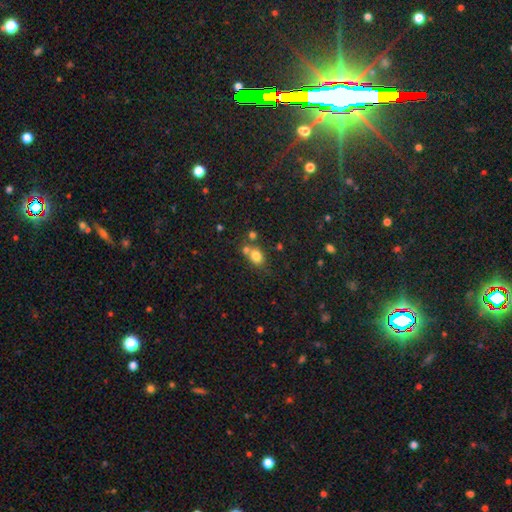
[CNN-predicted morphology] type=smooth (76%); roundness=round (50%); merging=none (47%).